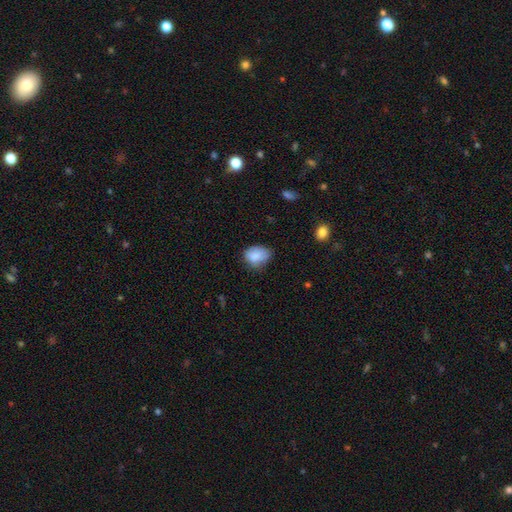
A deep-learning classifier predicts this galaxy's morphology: Smooth or featured: smooth — 85% (star or artifact — 8%)
How rounded: in between — 70% (round — 29%)
Merging: none — 59% (minor disturbance — 32%)